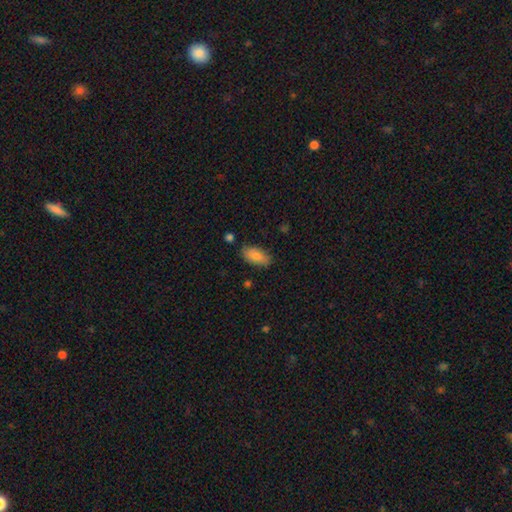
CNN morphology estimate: Smooth or featured? smooth (84%)
How rounded? in between (92%)
Merging? none (79%)